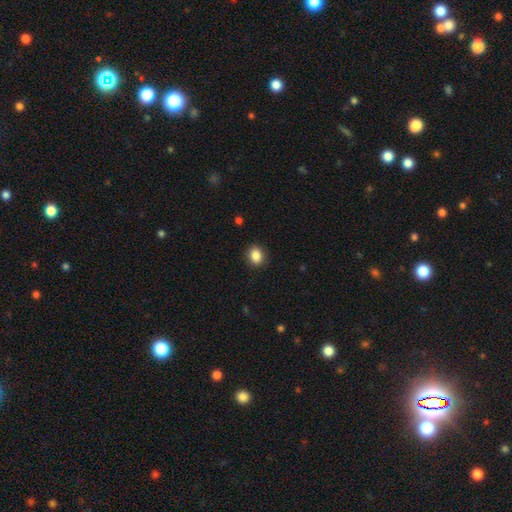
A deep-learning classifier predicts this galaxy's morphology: Smooth or featured?
  - smooth: 87% *
  - star or artifact: 9%
  - featured or disk: 4%
How rounded?
  - round: 52% *
  - in between: 47%
  - cigar-shaped: 1%
Merging?
  - none: 88% *
  - minor disturbance: 9%
  - major disturbance: 2%
  - merger: 1%